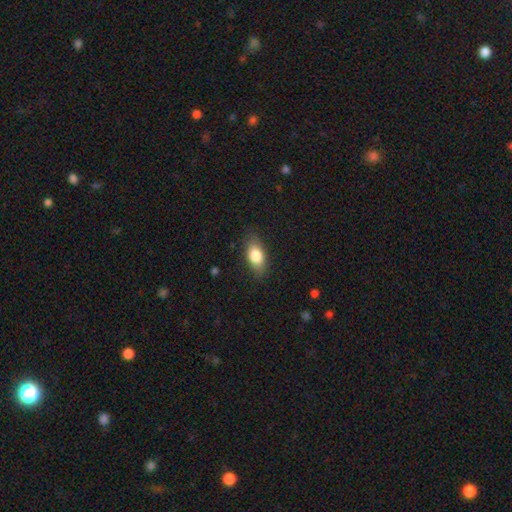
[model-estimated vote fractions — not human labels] Morphology: type=smooth (80%); roundness=in between (86%); merging=none (81%).